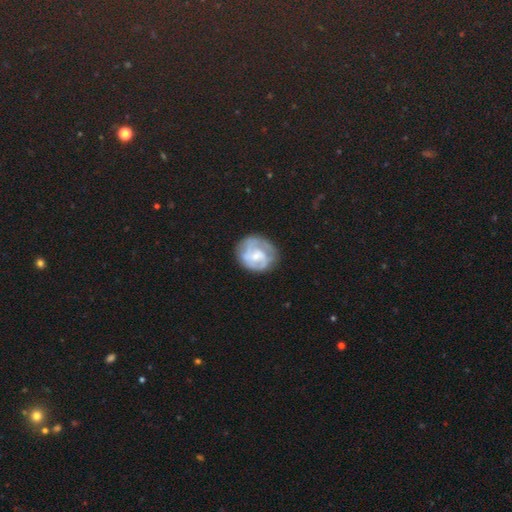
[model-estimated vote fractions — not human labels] The model was most divided on "spiral winding": tight: 44%, medium: 39%, loose: 17%. Remaining: edge-on disk — no (98%); spiral arms — yes (79%); smooth or featured — featured or disk (67%); merging — none (66%); bar — no (51%); bulge size — small (46%); spiral arm count — 2 (43%).